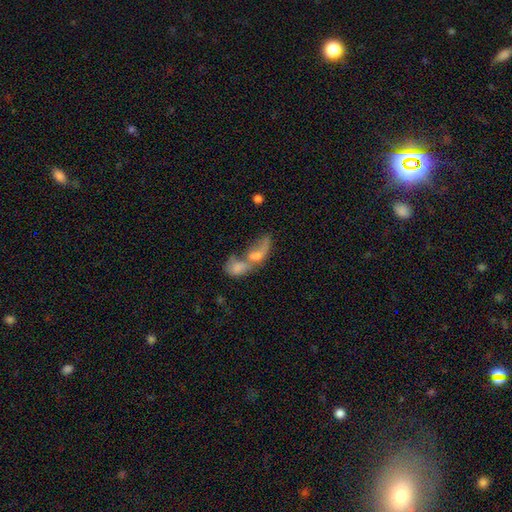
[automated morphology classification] Smooth or featured? Predicted: smooth (p=0.45). Merging? Predicted: merger (p=0.72).